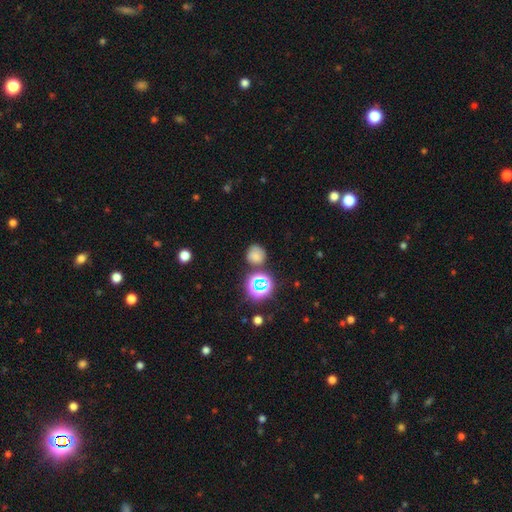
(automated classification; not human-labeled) This is likely a smooth galaxy (71%). How rounded: clearly round (87%). Merging: likely none (75%).